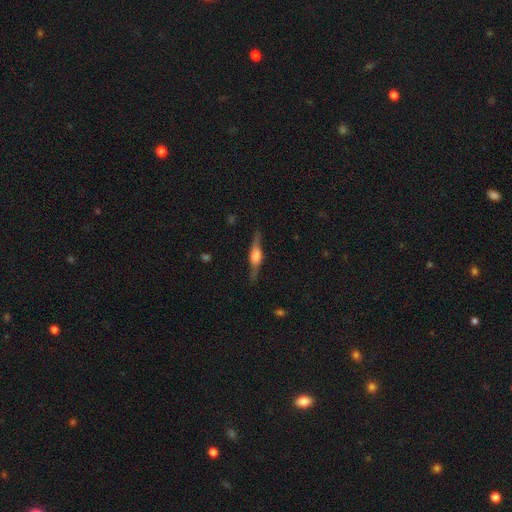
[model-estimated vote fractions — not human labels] smooth-or-featured: featured or disk: 70% | smooth: 24% | star or artifact: 6%
  disk-edge-on: yes: 94% | no: 6%
    edge-on-bulge: rounded: 77% | boxy: 19% | none: 4%
  merging: none: 84% | minor disturbance: 12% | major disturbance: 3% | merger: 1%